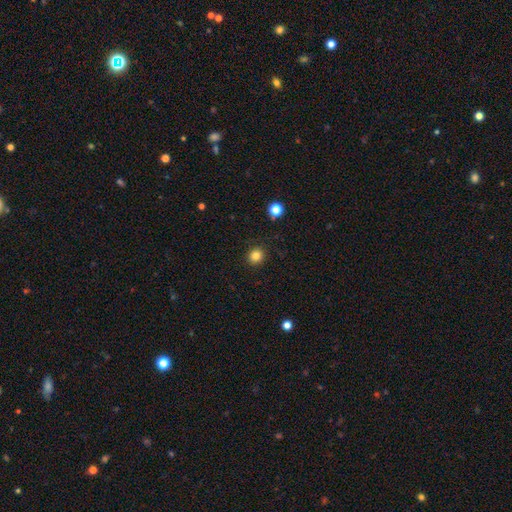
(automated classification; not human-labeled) This appears to be a smooth galaxy with no disk features (84%) that is round (87%). Merging: none (91%).